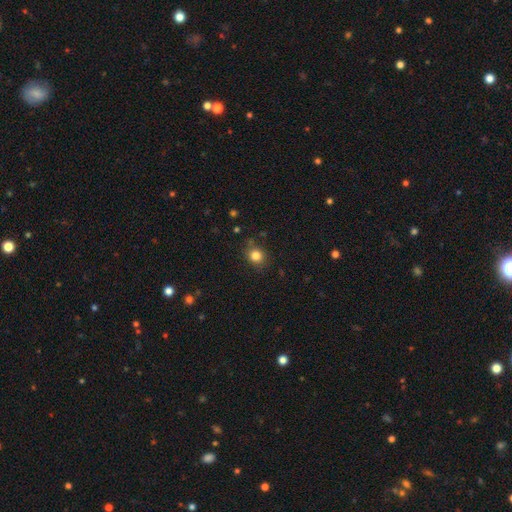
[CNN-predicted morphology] Smooth or featured? Predicted: smooth (p=0.83). How rounded? Predicted: round (p=0.80). Merging? Predicted: none (p=0.80).